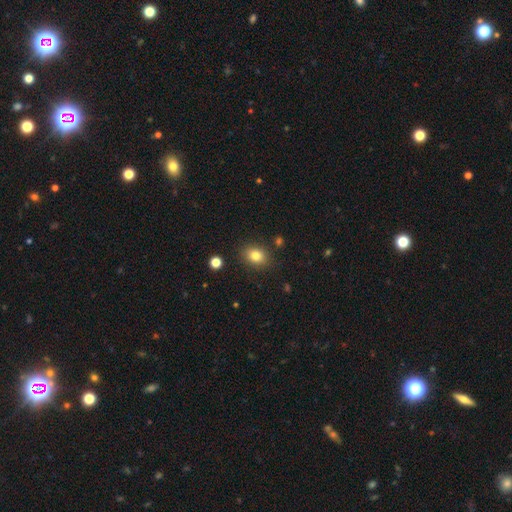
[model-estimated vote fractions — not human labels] smooth_or_featured: smooth (p=0.82) [alt: star or artifact p=0.11]
how_rounded: in between (p=0.58) [alt: round p=0.41]
merging: none (p=0.85) [alt: minor disturbance p=0.10]